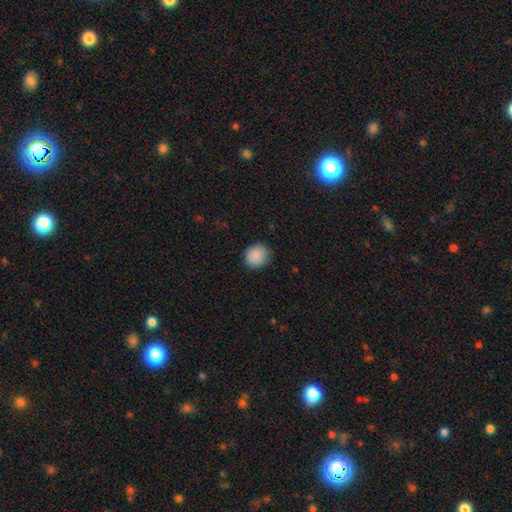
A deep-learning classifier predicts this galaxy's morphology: This appears to be a smooth galaxy with no disk features (89%) that is round (85%). Merging: none (87%).